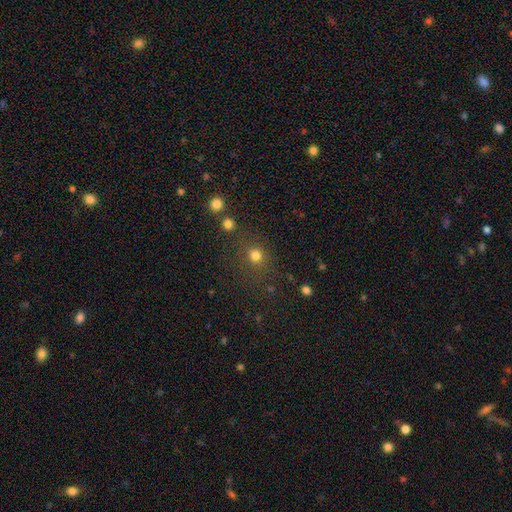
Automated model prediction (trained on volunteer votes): smooth-or-featured: smooth: 77% | star or artifact: 17% | featured or disk: 6%
  how-rounded: round: 81% | in between: 18% | cigar-shaped: 1%
  merging: none: 75% | minor disturbance: 11% | merger: 8% | major disturbance: 6%